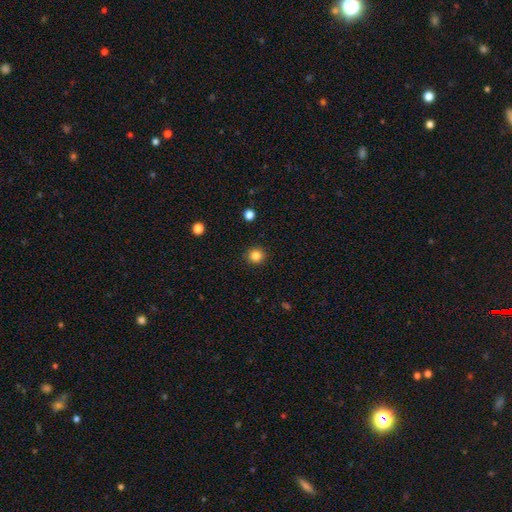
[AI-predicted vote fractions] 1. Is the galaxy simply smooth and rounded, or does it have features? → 84% smooth, 12% star or artifact, 5% featured or disk.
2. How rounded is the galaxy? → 92% round, 7% in between, 1% cigar-shaped.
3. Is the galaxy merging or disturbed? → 92% none, 5% minor disturbance, 2% major disturbance, 1% merger.